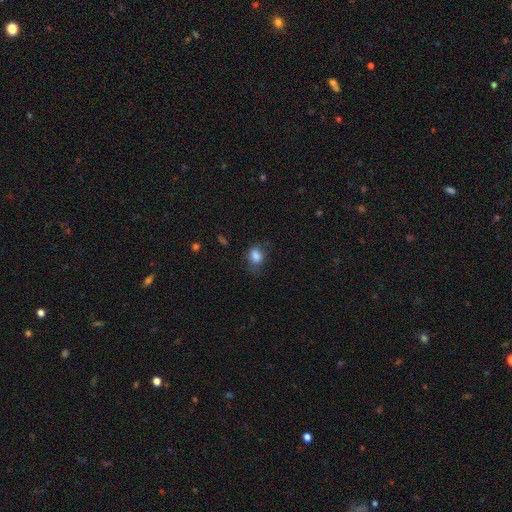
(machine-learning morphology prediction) This is clearly a smooth galaxy (82%). How rounded: likely in between (64%). Merging: likely none (61%).